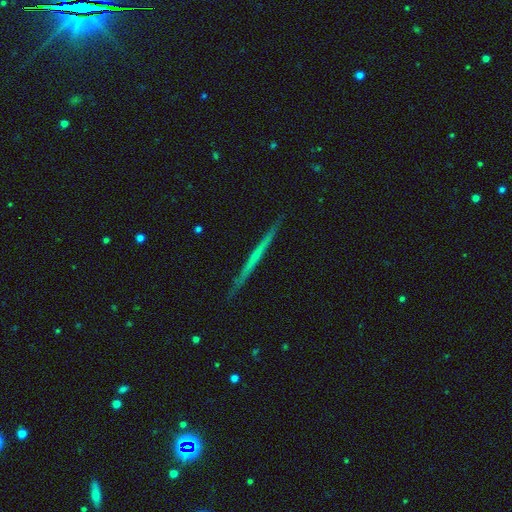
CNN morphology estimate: featured or disk 65%, smooth 29%, star or artifact 6%. Down the decision tree: edge-on disk — yes (98%); edge-on bulge — none (81%); merging — none (91%).